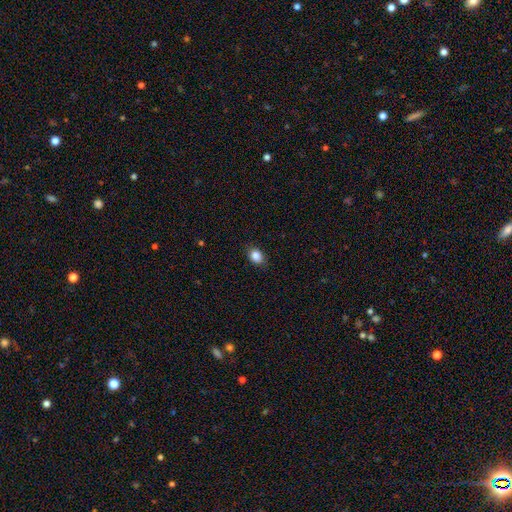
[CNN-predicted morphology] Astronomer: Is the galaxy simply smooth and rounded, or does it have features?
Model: smooth — 86%.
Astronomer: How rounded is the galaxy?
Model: in between — 62%.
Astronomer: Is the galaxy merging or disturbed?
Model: none — 87%.